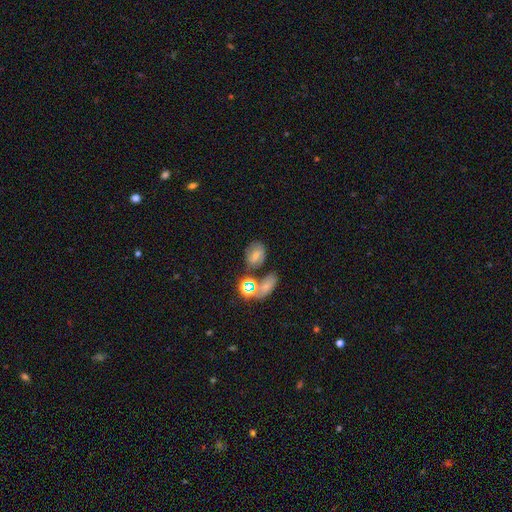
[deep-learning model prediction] Morphology: type=smooth (53%); roundness=in between (58%); merging=none (61%).